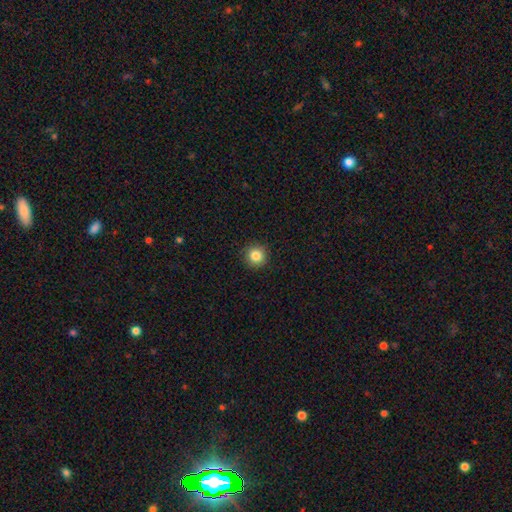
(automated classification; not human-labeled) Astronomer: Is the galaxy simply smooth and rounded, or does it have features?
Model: smooth — 84%.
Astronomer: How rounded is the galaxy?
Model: round — 95%.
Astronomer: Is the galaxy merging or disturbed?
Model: none — 92%.